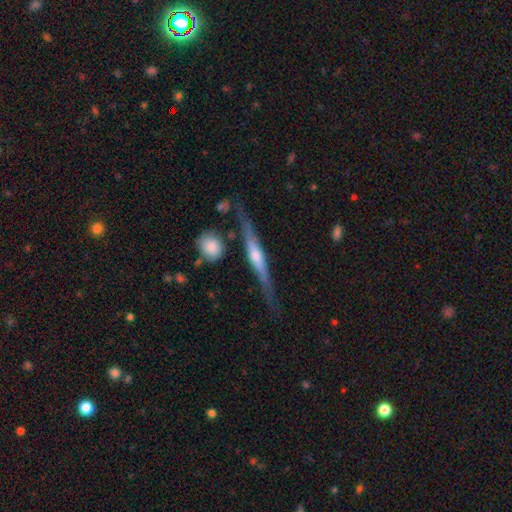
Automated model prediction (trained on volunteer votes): smooth_or_featured: featured or disk (p=0.82) [alt: smooth p=0.12]
disk_edge_on: yes (p=0.97) [alt: no p=0.03]
edge_on_bulge: rounded (p=0.79) [alt: boxy p=0.10]
merging: none (p=0.81) [alt: minor disturbance p=0.12]